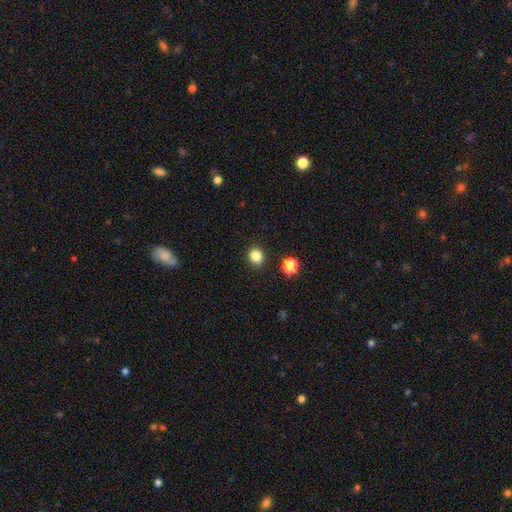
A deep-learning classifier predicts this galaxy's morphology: Smooth or featured: smooth — 84% (star or artifact — 12%)
How rounded: round — 58% (in between — 41%)
Merging: none — 87% (minor disturbance — 8%)